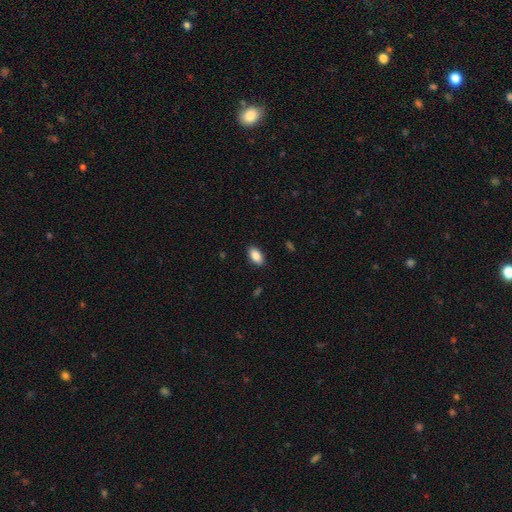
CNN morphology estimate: This appears to be a smooth galaxy with no disk features (87%) that is in between round and cigar-shaped (93%). Merging: none (89%).